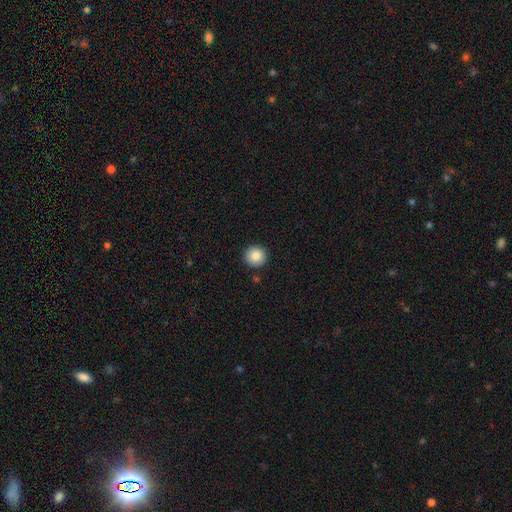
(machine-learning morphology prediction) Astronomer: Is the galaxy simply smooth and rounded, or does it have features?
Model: smooth — 84%.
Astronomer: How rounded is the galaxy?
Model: round — 96%.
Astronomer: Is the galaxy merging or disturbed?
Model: none — 92%.